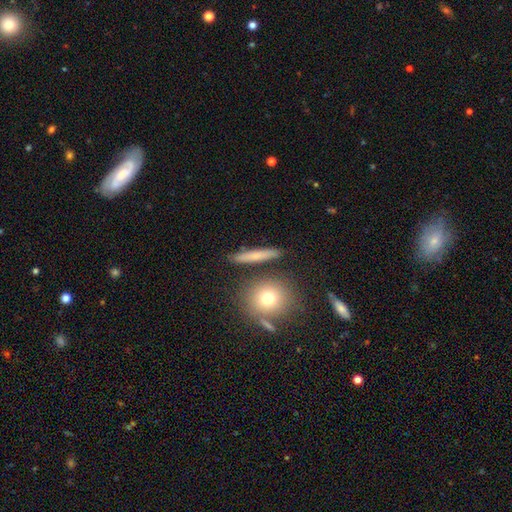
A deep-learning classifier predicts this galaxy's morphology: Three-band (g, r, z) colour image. It shows a smooth galaxy with no disk features (62%) that is cigar-shaped (79%). Merging: none (84%).